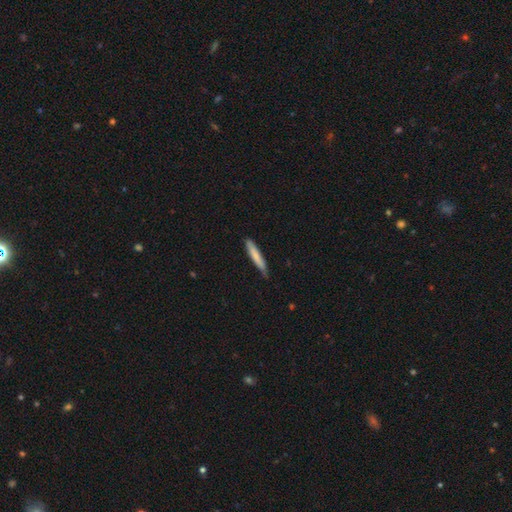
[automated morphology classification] Smooth or featured? smooth (75%)
How rounded? cigar-shaped (92%)
Merging? none (73%)